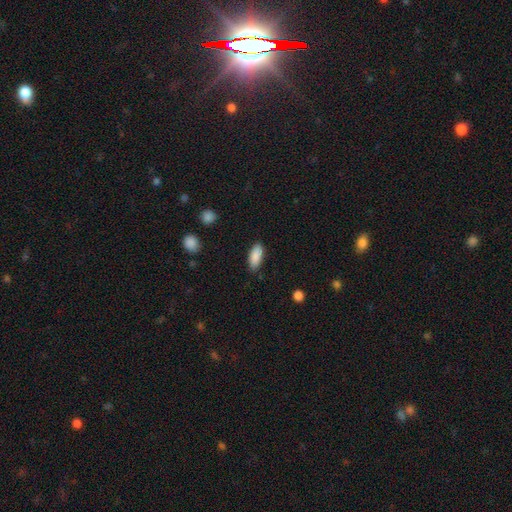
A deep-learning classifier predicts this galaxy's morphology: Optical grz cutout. It shows a smooth galaxy with no disk features (89%) that is in between round and cigar-shaped (81%). Merging: none (84%).